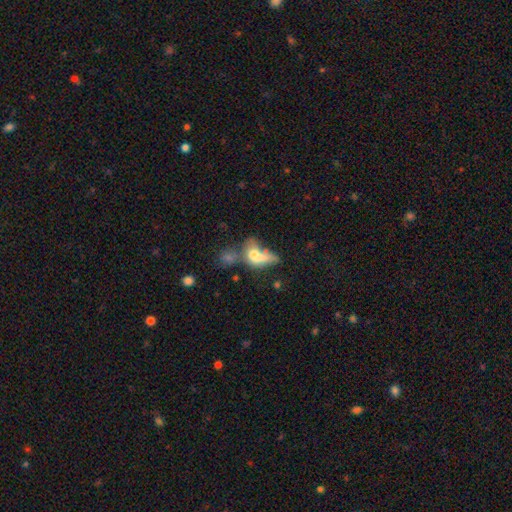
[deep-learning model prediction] This is likely a smooth galaxy (61%). How rounded: likely in between (76%). Merging: possibly merger (49%).